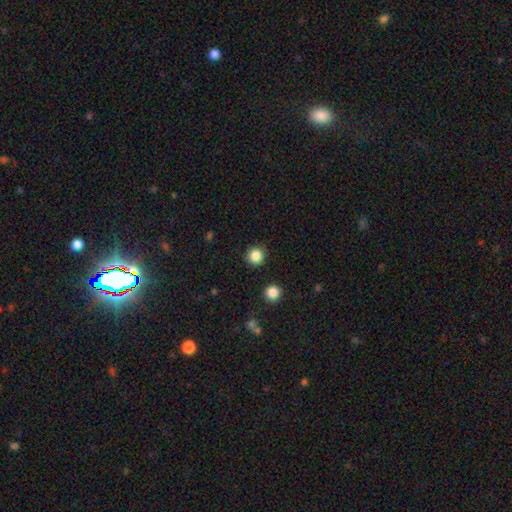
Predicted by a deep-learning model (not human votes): smooth-or-featured: smooth: 85% | star or artifact: 11% | featured or disk: 4%
  how-rounded: round: 94% | in between: 5% | cigar-shaped: 1%
  merging: none: 91% | minor disturbance: 6% | major disturbance: 2% | merger: 2%